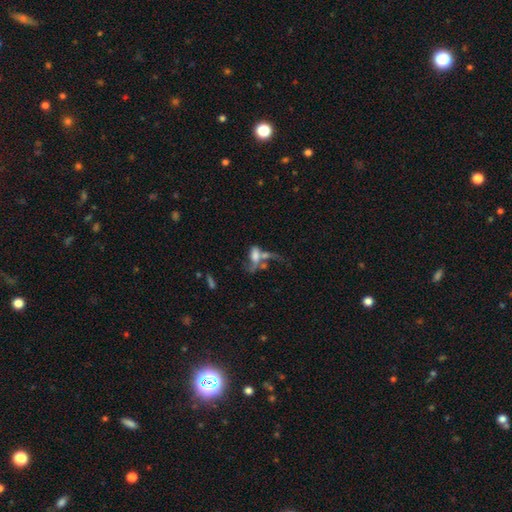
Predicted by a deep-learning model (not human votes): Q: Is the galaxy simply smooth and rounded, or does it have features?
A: smooth — 45%.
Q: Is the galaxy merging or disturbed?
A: merger — 46%.